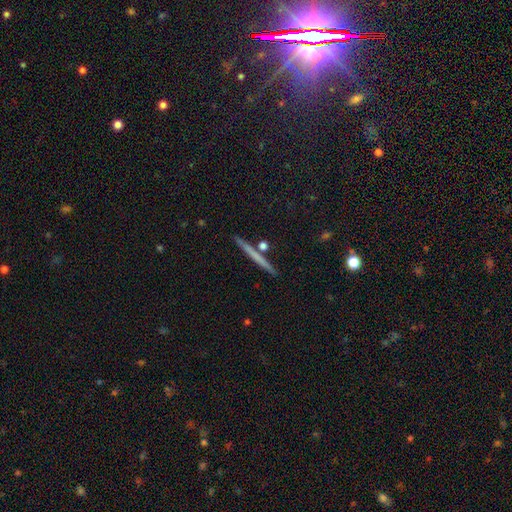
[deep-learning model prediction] Smooth or featured?
  - smooth: 46% * (tied)
  - featured or disk: 46% * (tied)
  - star or artifact: 8%
Merging?
  - none: 88% *
  - minor disturbance: 6%
  - merger: 4%
  - major disturbance: 2%